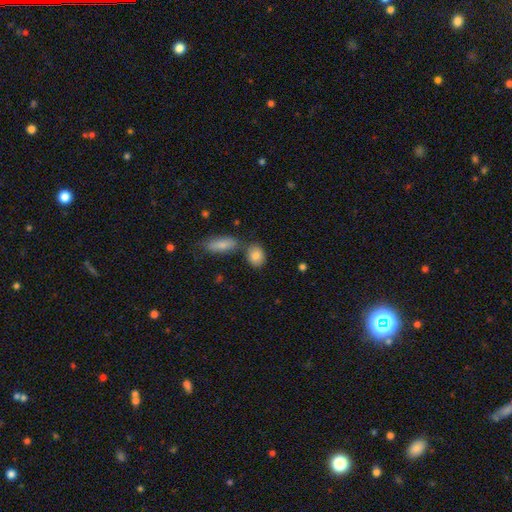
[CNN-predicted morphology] A smooth galaxy with no disk features (84%) that is in between round and cigar-shaped (66%).

Vote fractions:
- Smooth or featured? smooth: 84% / featured or disk: 8% / star or artifact: 8%
- How rounded? in between: 66% / round: 32% / cigar-shaped: 3%
- Merging? none: 66% / merger: 18% / minor disturbance: 13% / major disturbance: 3%